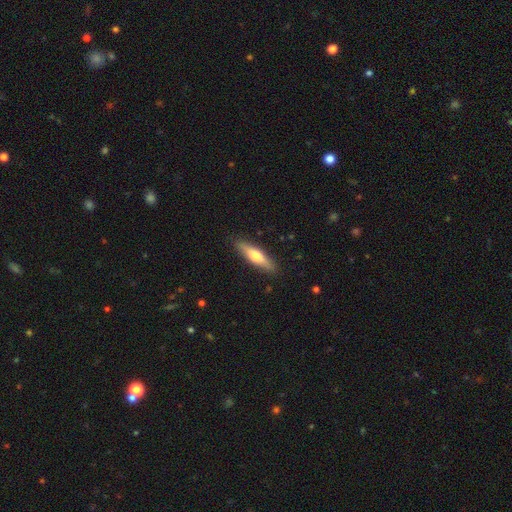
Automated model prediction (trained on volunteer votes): smooth_or_featured: smooth (p=0.58) [alt: featured or disk p=0.37]
how_rounded: cigar-shaped (p=0.74) [alt: in between p=0.24]
merging: none (p=0.88) [alt: minor disturbance p=0.09]